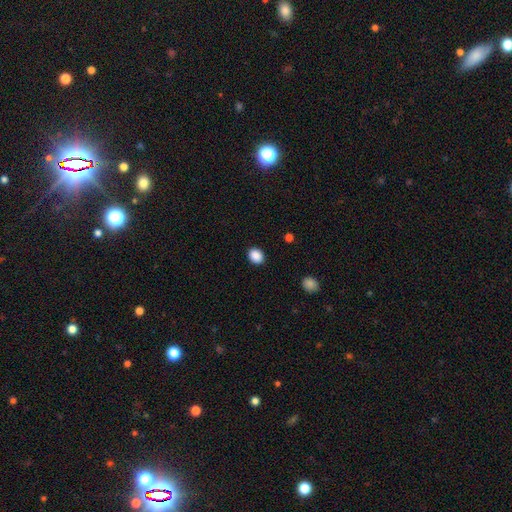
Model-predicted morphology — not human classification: smooth_or_featured: smooth (p=0.89) [alt: star or artifact p=0.09]
how_rounded: round (p=0.50) [alt: in between p=0.49]
merging: none (p=0.90) [alt: minor disturbance p=0.07]